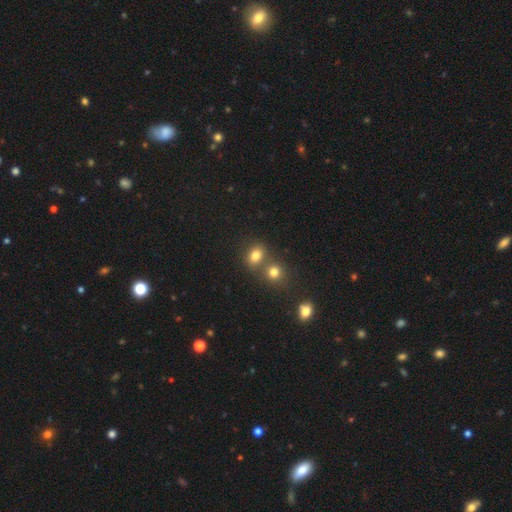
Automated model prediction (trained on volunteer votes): A smooth galaxy with no disk features (79%) that is in between round and cigar-shaped (52%).

Vote fractions:
- Smooth or featured? smooth: 79% / star or artifact: 14% / featured or disk: 7%
- How rounded? in between: 52% / round: 46% / cigar-shaped: 1%
- Merging? none: 49% / merger: 38% / minor disturbance: 9% / major disturbance: 4%